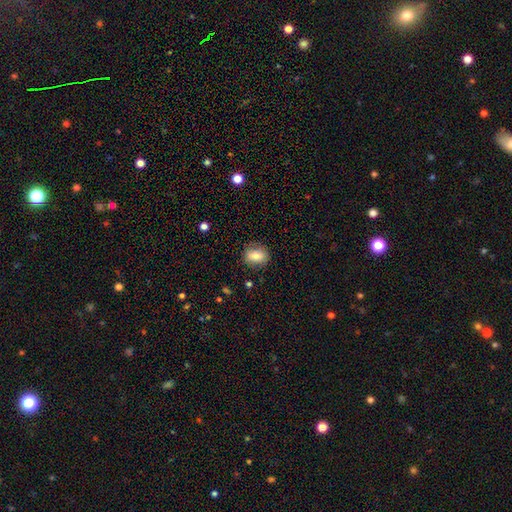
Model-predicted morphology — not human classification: This is likely a smooth galaxy (77%). How rounded: possibly round (51%). Merging: clearly none (83%).